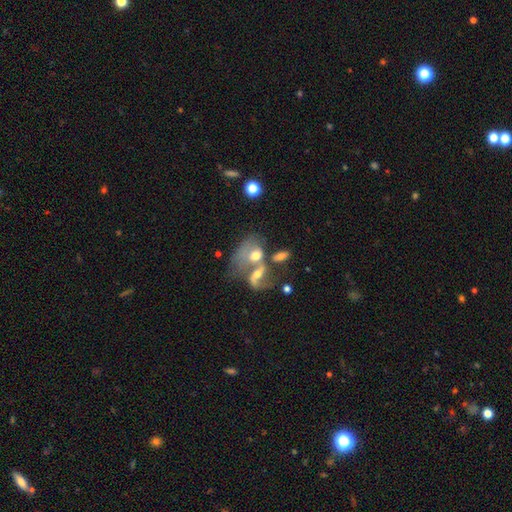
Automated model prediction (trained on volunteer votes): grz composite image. It shows a featured or disk galaxy (52%). Merging: merger (62%).